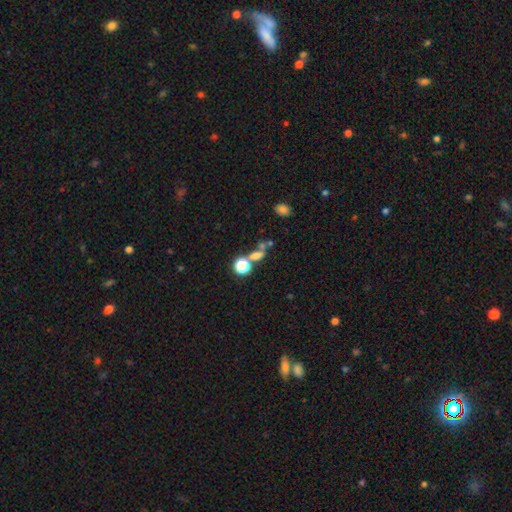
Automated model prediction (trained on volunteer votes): smooth 54%, star or artifact 31%, featured or disk 15%. Down the decision tree: how rounded — round (48%); merging — merger (41%).